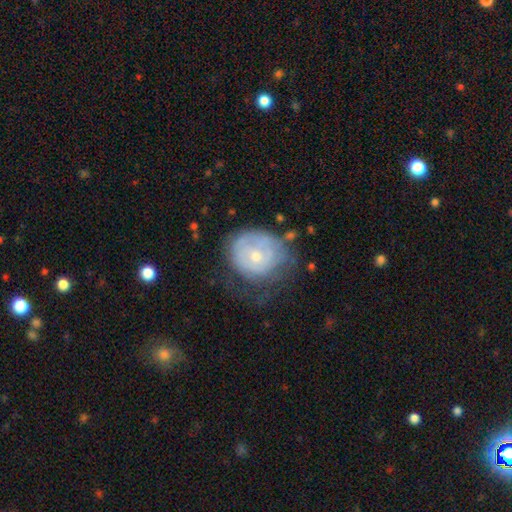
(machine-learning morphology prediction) type=featured or disk (56%); edge-on=no (97%); bar=no (82%); spiral arms=yes (53%); bulge=small (56%); merging=none (45%).